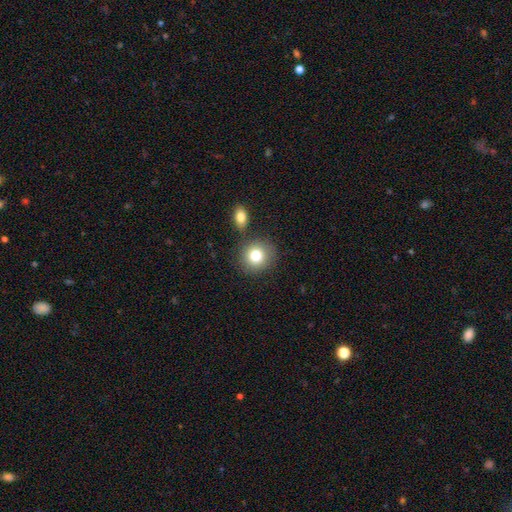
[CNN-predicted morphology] Smooth or featured: smooth — 79% (star or artifact — 11%)
How rounded: round — 84% (in between — 15%)
Merging: none — 78% (merger — 9%)